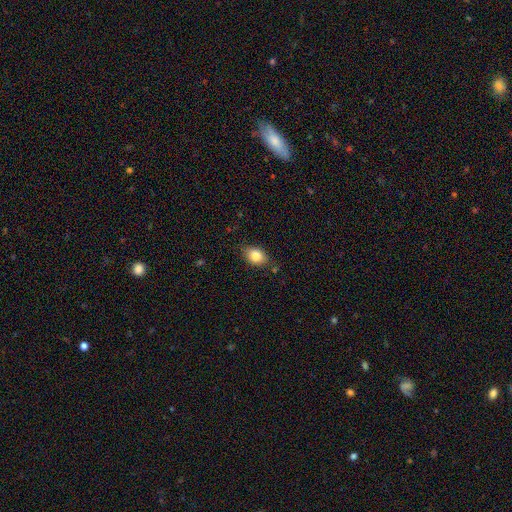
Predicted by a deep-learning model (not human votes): The model was most divided on "how rounded": in between: 69%, round: 30%, cigar-shaped: 1%. More confident: smooth or featured — smooth (82%); merging — none (77%).